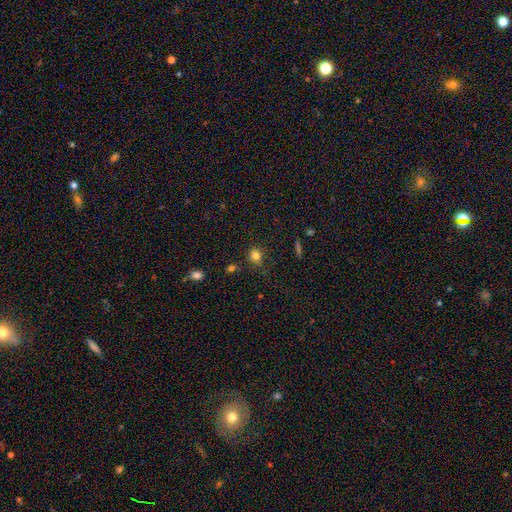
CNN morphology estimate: This appears to be a smooth galaxy with no disk features (80%) that is round (67%). Merging: none (75%).